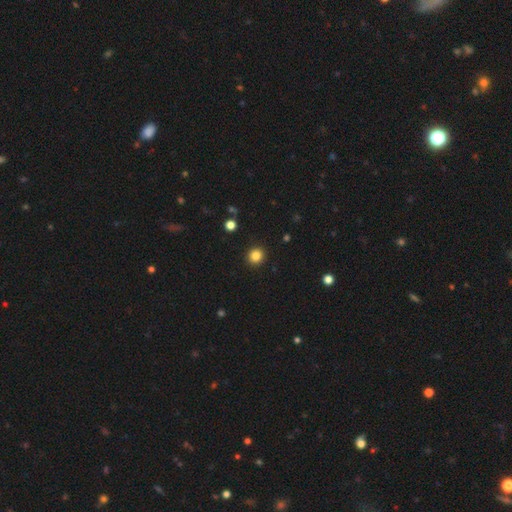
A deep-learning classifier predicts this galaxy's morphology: This is clearly a smooth galaxy (84%). How rounded: clearly round (90%). Merging: clearly none (92%).